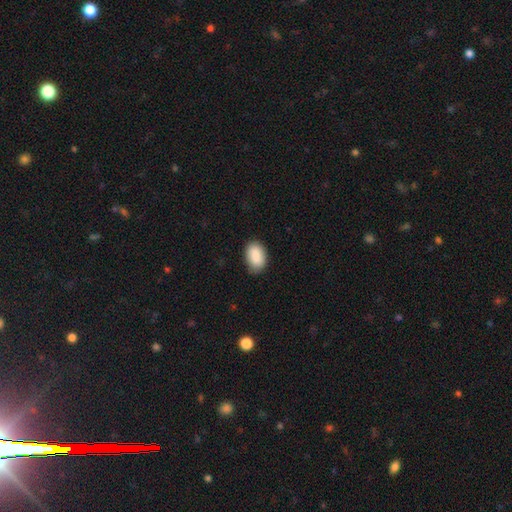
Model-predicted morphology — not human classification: Smooth or featured? Predicted: smooth (p=0.89). How rounded? Predicted: in between (p=0.89). Merging? Predicted: none (p=0.78).